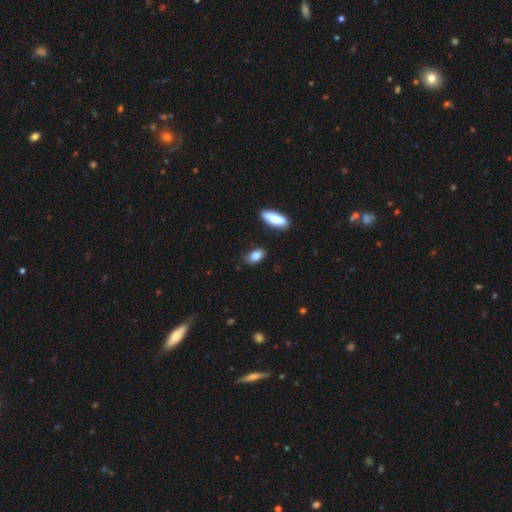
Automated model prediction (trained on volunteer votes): Q: Smooth or featured?
A: smooth (86%); runner-up: star or artifact (7%)
Q: How rounded?
A: in between (85%); runner-up: cigar-shaped (8%)
Q: Merging?
A: none (78%); runner-up: minor disturbance (15%)